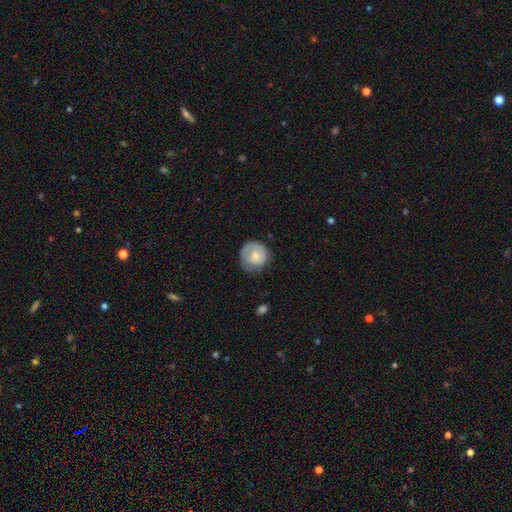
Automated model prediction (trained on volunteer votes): A smooth galaxy with no disk features (65%) that is round (88%).

Vote fractions:
- Smooth or featured? smooth: 65% / featured or disk: 29% / star or artifact: 6%
- How rounded? round: 88% / in between: 11% / cigar-shaped: 1%
- Merging? none: 61% / minor disturbance: 26% / major disturbance: 11% / merger: 2%